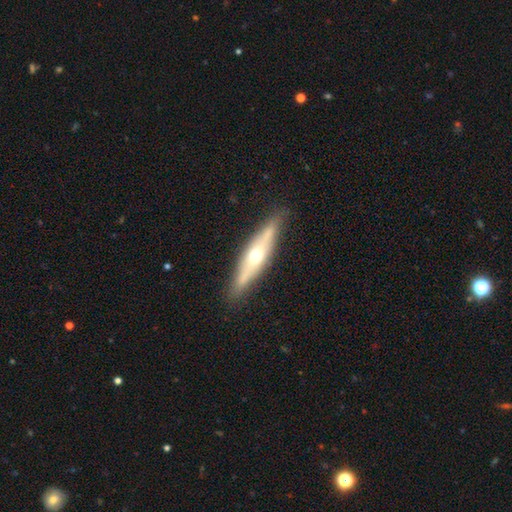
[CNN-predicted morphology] Smooth or featured: featured or disk — 62% (smooth — 32%)
Edge-on disk: yes — 86% (no — 14%)
Edge-on bulge: rounded — 87% (none — 7%)
Merging: none — 86% (minor disturbance — 11%)